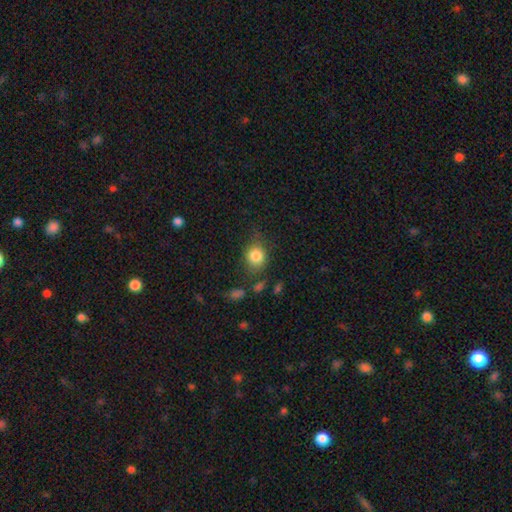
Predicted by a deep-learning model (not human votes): The model was most divided on "how rounded": round: 67%, in between: 32%, cigar-shaped: 1%. More confident: smooth or featured — smooth (82%); merging — none (68%).